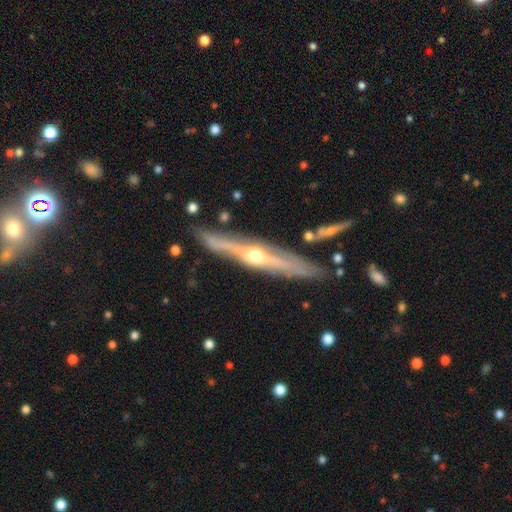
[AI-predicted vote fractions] Smooth or featured? featured or disk (77%)
Edge-on disk? yes (92%)
Edge-on bulge? rounded (89%)
Merging? none (83%)